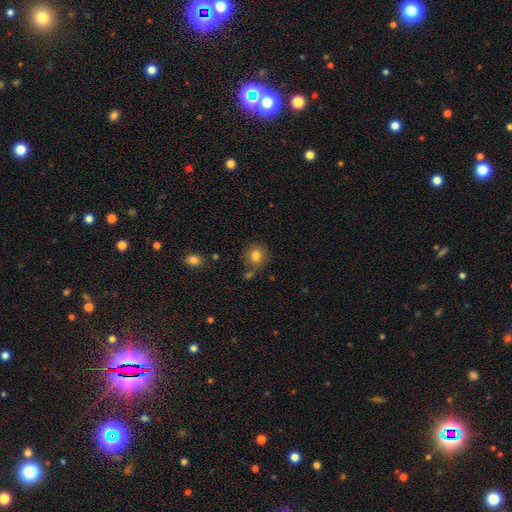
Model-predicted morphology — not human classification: Overall: smooth (81%). How rounded: round (89%). Merging: none (72%).